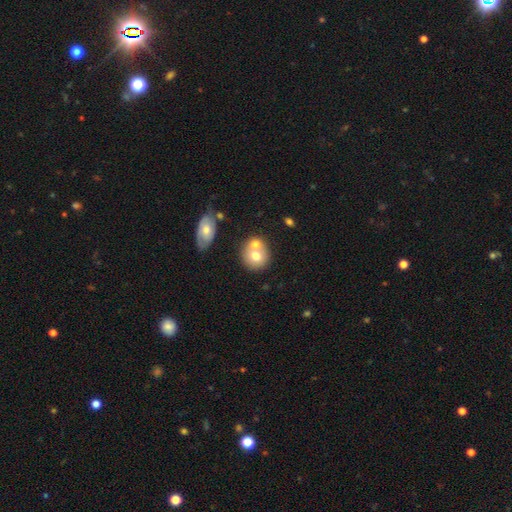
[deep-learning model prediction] Smooth or featured?
  - smooth: 67% *
  - featured or disk: 25%
  - star or artifact: 8%
How rounded?
  - round: 77% *
  - in between: 22%
  - cigar-shaped: 1%
Merging?
  - merger: 48% *
  - none: 40%
  - minor disturbance: 9%
  - major disturbance: 3%